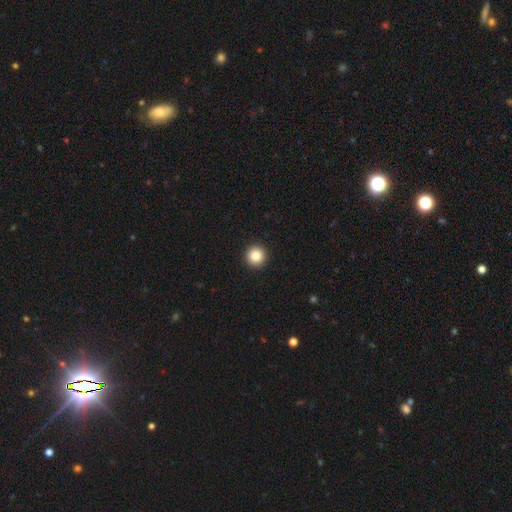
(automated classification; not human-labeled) Morphology: type=smooth (85%); roundness=round (96%); merging=none (94%).